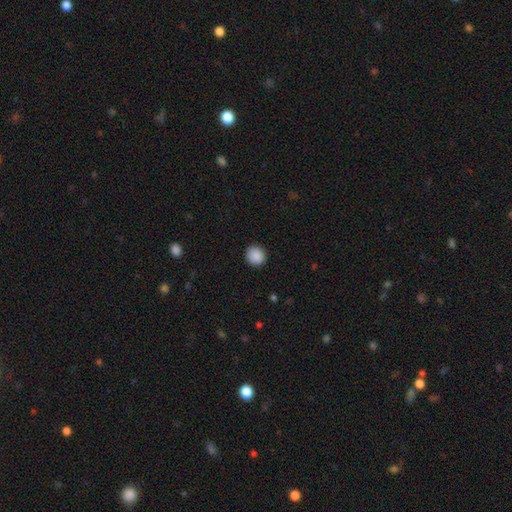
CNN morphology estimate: Smooth or featured? Predicted: smooth (p=0.89). How rounded? Predicted: round (p=0.88). Merging? Predicted: none (p=0.90).